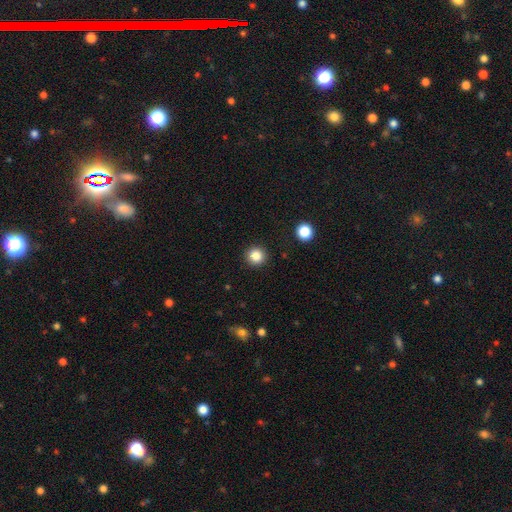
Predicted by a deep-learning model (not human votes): A smooth galaxy with no disk features (84%) that is round (94%). Merging: none (92%).